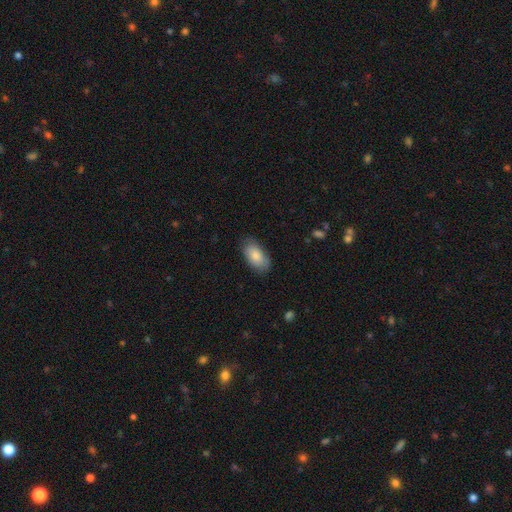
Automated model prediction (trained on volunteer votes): This appears to be a smooth galaxy with no disk features (83%) that is in between round and cigar-shaped (94%). Merging: none (80%).